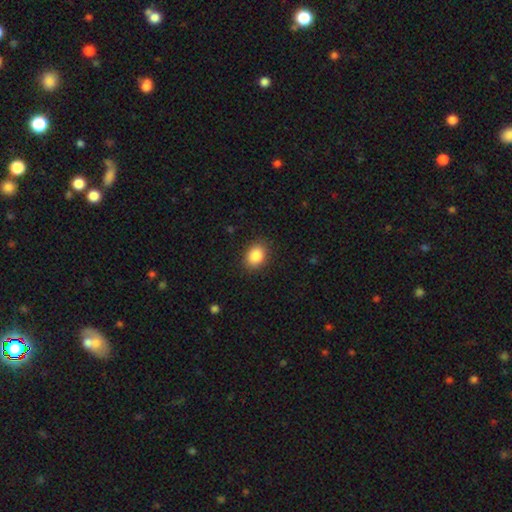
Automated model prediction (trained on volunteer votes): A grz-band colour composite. It shows a smooth galaxy with no disk features (88%) that is in between round and cigar-shaped (63%). Merging: none (87%).